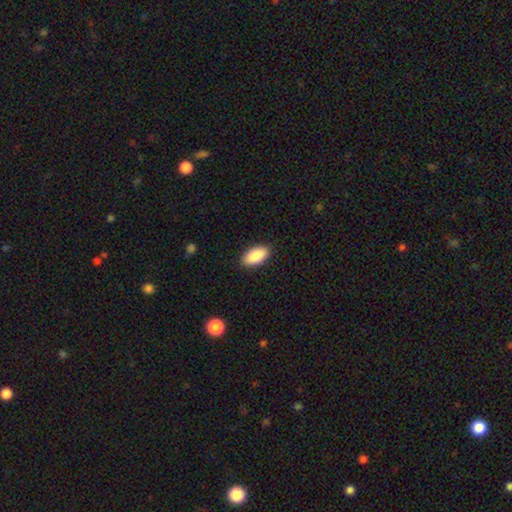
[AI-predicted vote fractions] Overall: smooth (87%). How rounded: in between (92%). Merging: none (88%).